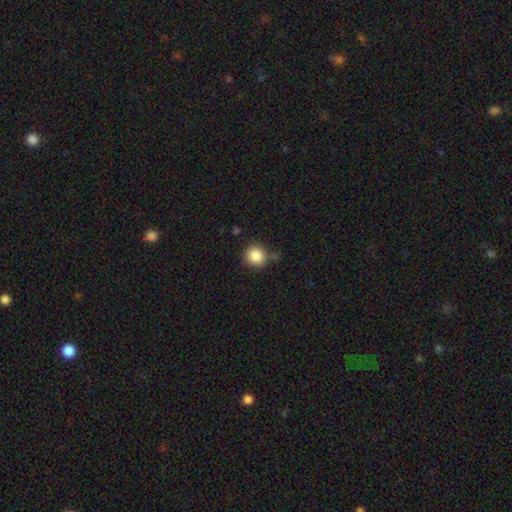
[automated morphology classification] The model was most divided on "merging": none: 76%, minor disturbance: 14%, merger: 6%, major disturbance: 4%. More confident: how rounded — round (91%); smooth or featured — smooth (86%).